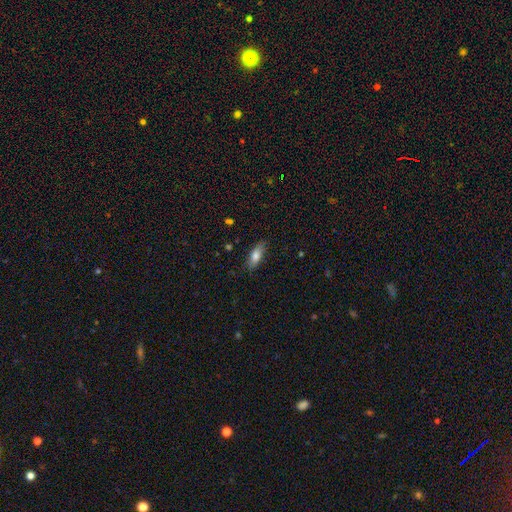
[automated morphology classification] Smooth or featured?
  - smooth: 78% *
  - featured or disk: 15%
  - star or artifact: 7%
How rounded?
  - in between: 69% *
  - cigar-shaped: 28%
  - round: 2%
Merging?
  - none: 83% *
  - minor disturbance: 13%
  - major disturbance: 3%
  - merger: 1%